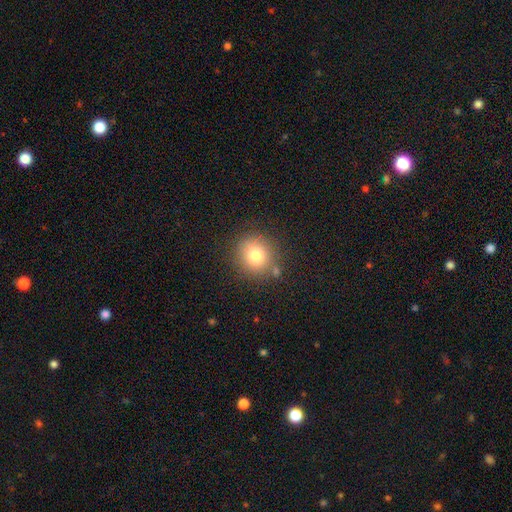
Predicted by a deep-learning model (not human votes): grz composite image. It shows a smooth galaxy with no disk features (77%) that is round (90%). Merging: none (81%).